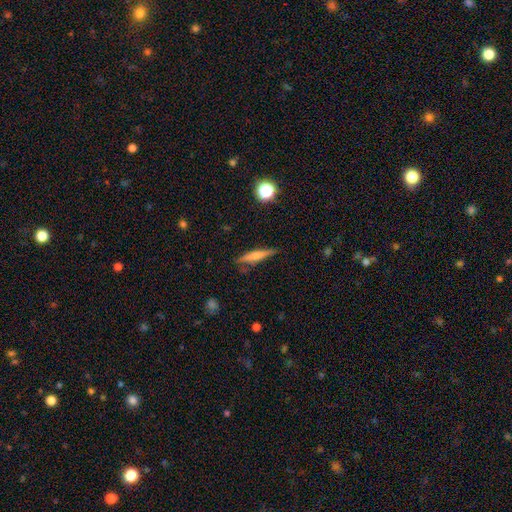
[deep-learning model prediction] A smooth galaxy with no disk features (50%) that is cigar-shaped (88%). Merging: none (81%).